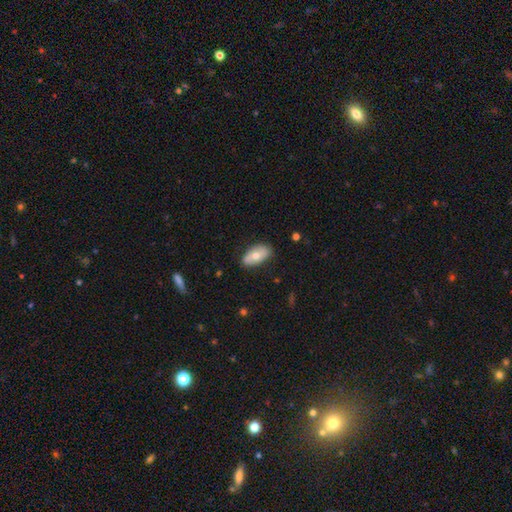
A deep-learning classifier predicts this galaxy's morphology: smooth 59%, featured or disk 34%, star or artifact 6%. Down the decision tree: how rounded — in between (92%); merging — none (79%).